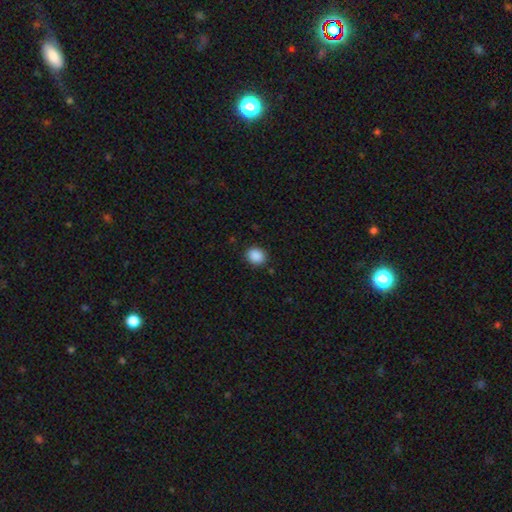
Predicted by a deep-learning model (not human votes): The model was most divided on "how rounded": round: 67%, in between: 32%, cigar-shaped: 1%. More confident: smooth or featured — smooth (89%); merging — none (88%).